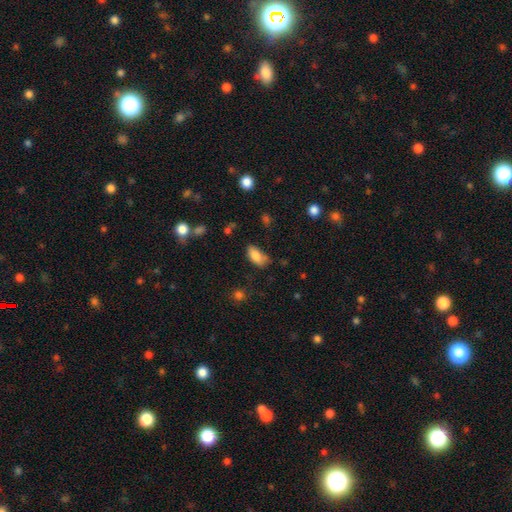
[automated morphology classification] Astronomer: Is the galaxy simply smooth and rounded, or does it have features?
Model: smooth — 83%.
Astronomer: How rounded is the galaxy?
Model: in between — 92%.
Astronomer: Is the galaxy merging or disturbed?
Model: none — 55%.